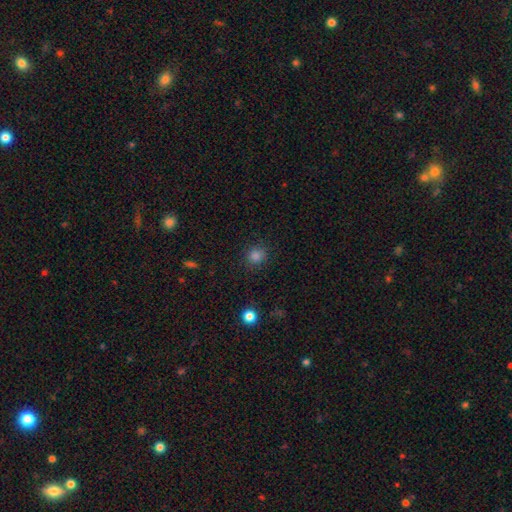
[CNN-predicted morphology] This appears to be a smooth galaxy with no disk features (83%) that is round (84%). Merging: none (87%).